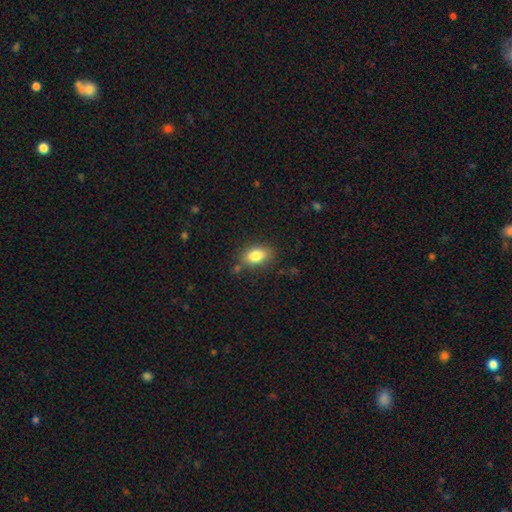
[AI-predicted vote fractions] This appears to be a smooth galaxy with no disk features (83%) that is in between round and cigar-shaped (85%). Merging: none (75%).